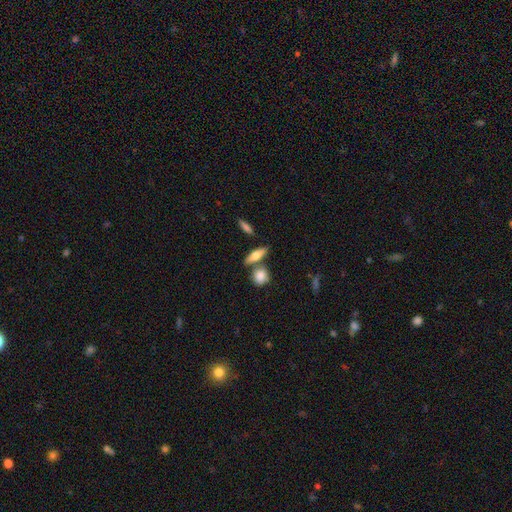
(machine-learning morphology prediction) Smooth or featured? smooth (49%)
Merging? none (70%)